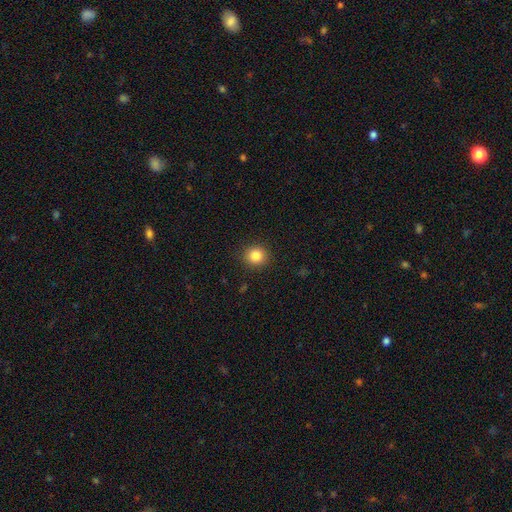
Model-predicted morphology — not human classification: smooth-or-featured: smooth: 85% | star or artifact: 11% | featured or disk: 5%
  how-rounded: round: 89% | in between: 10% | cigar-shaped: 1%
  merging: none: 91% | minor disturbance: 6% | major disturbance: 2% | merger: 1%